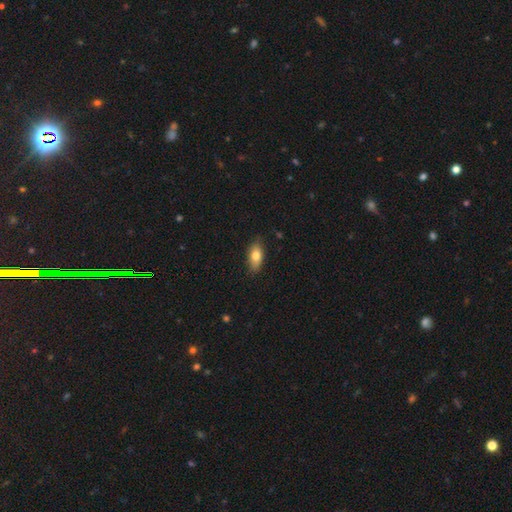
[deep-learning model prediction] smooth-or-featured: smooth: 77% | featured or disk: 16% | star or artifact: 7%
  how-rounded: in between: 85% | cigar-shaped: 10% | round: 5%
  merging: none: 82% | minor disturbance: 14% | major disturbance: 2% | merger: 1%